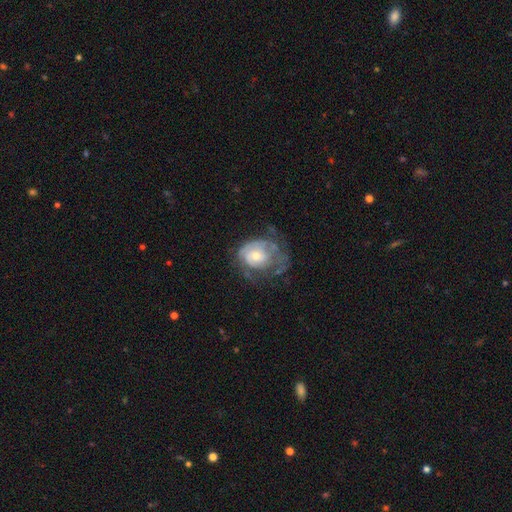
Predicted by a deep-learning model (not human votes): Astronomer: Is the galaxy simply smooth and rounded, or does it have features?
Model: featured or disk — 65%.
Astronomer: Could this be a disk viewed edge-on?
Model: no — 97%.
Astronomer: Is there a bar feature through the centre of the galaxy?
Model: no — 79%.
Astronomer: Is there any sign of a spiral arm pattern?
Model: yes — 62% (runner-up: no, 38%).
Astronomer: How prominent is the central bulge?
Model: moderate — 56% (runner-up: small, 37%).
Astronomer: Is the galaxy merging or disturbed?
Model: major disturbance — 36% (runner-up: none, 35%).